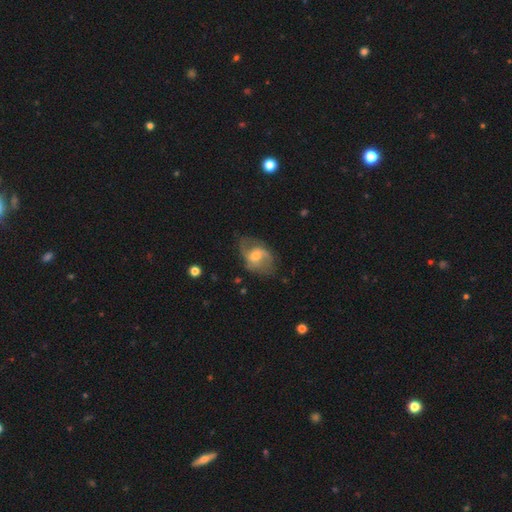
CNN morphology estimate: Overall: featured or disk (73%). Edge-on disk: no (97%). Bar: weak (46%; no 43%). Spiral arms: yes (90%). Spiral arm count: 2 (77%). Spiral winding: loose (45%; medium 43%). Bulge size: moderate (56%; small 34%). Merging: none (62%; minor disturbance 23%).